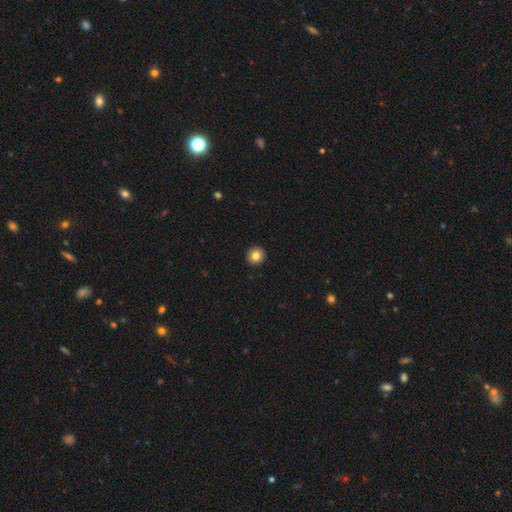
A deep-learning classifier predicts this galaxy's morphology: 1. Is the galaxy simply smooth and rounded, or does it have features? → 83% smooth, 10% star or artifact, 7% featured or disk.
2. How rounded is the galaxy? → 95% round, 4% in between, 1% cigar-shaped.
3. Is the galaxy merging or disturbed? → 94% none, 4% minor disturbance, 1% major disturbance, 1% merger.